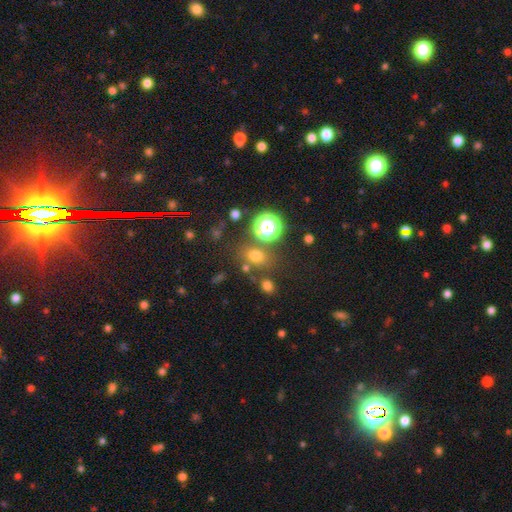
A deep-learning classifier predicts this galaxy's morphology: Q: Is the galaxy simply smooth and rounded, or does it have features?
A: smooth — 65%.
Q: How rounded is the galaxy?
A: in between — 52%.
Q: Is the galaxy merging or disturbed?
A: none — 73%.